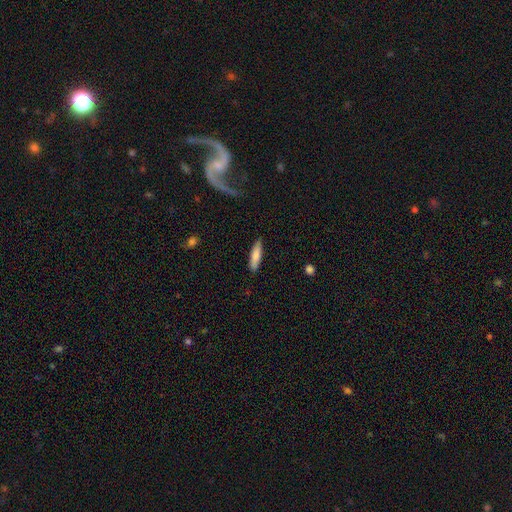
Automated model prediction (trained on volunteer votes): Smooth or featured?
  - smooth: 79% *
  - featured or disk: 15%
  - star or artifact: 6%
How rounded?
  - cigar-shaped: 72% *
  - in between: 27%
  - round: 2%
Merging?
  - none: 87% *
  - minor disturbance: 10%
  - major disturbance: 2%
  - merger: 1%